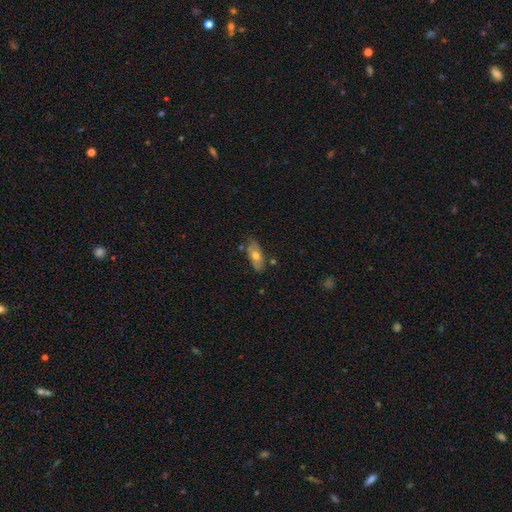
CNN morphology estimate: The model was most divided on "smooth or featured": smooth: 62%, featured or disk: 31%, star or artifact: 7%. More confident: how rounded — in between (84%); merging — none (74%).